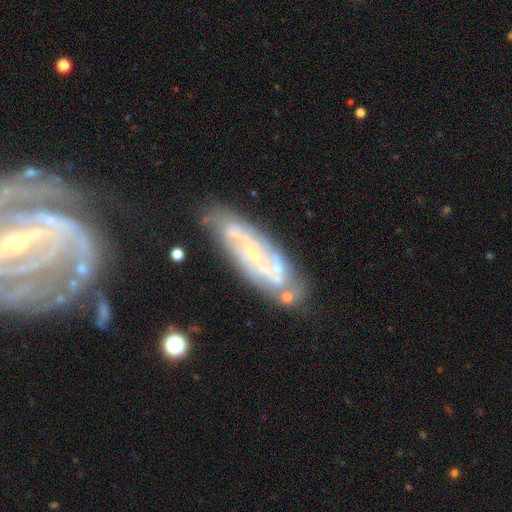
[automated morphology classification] Smooth or featured?
  - featured or disk: 81% *
  - smooth: 12%
  - star or artifact: 7%
Edge-on disk?
  - no: 85% *
  - yes: 15%
Bar?
  - no: 51% *
  - weak: 34%
  - strong: 15%
Spiral arms?
  - yes: 90% *
  - no: 10%
Spiral winding?
  - tight: 45% *
  - medium: 39%
  - loose: 15%
Spiral arm count?
  - 2: 45% *
  - can't tell: 31%
  - 3: 12%
  - 4: 5%
  - 1: 4%
  - more than 4: 4%
Bulge size?
  - small: 77% *
  - moderate: 17%
  - none: 4%
  - large: 1%
  - dominant: 1%
Merging?
  - none: 68% *
  - minor disturbance: 19%
  - major disturbance: 6%
  - merger: 6%